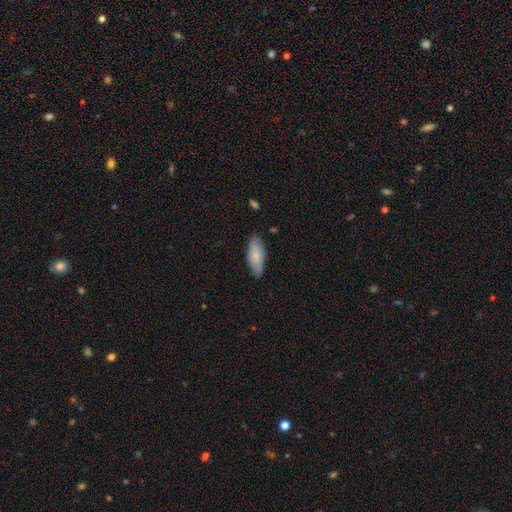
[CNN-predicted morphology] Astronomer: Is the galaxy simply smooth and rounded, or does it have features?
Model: smooth — 78%.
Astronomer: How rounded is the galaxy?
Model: in between — 77%.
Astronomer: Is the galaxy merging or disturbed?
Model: none — 81%.